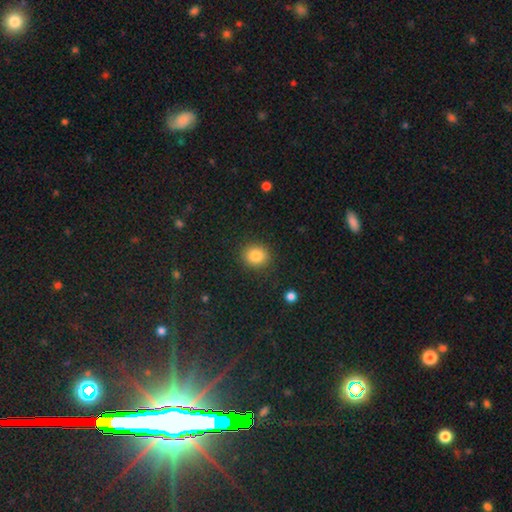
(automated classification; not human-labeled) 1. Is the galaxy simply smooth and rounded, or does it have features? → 85% smooth, 10% star or artifact, 5% featured or disk.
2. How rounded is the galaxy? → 77% round, 22% in between, 1% cigar-shaped.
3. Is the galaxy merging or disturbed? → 89% none, 7% minor disturbance, 3% major disturbance, 1% merger.